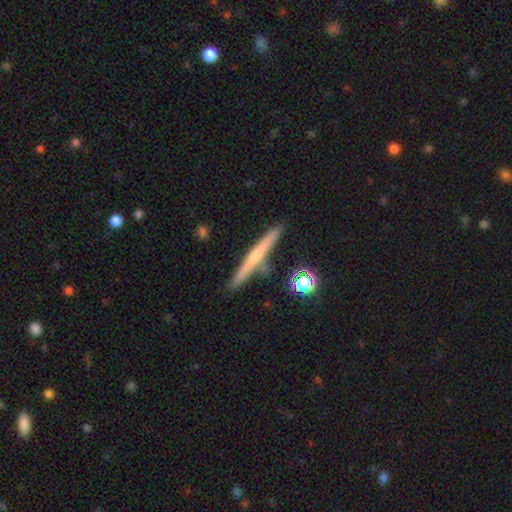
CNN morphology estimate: smooth_or_featured: featured or disk (p=0.54) [alt: smooth p=0.39]
disk_edge_on: yes (p=0.97) [alt: no p=0.03]
edge_on_bulge: rounded (p=0.49) [alt: none p=0.45]
merging: none (p=0.86) [alt: minor disturbance p=0.08]